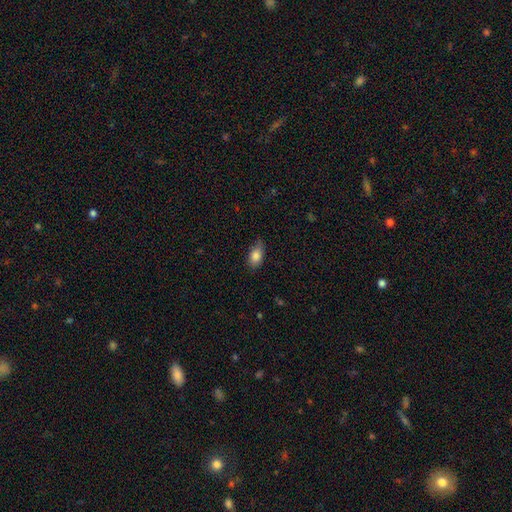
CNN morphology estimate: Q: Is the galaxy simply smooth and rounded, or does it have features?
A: smooth — 84%.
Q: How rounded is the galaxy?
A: in between — 88%.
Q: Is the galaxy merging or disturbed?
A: none — 67%.